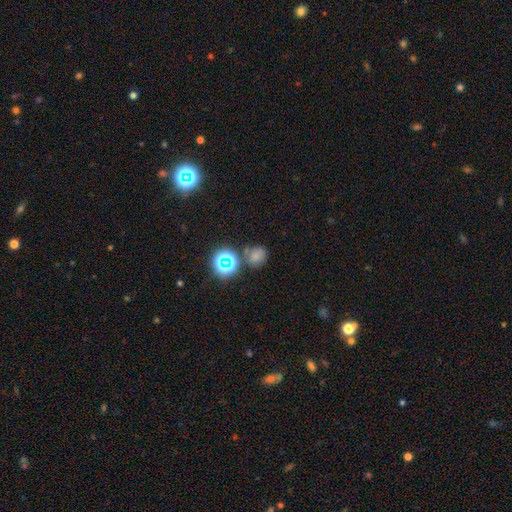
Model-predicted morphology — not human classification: Smooth or featured? smooth (65%)
How rounded? round (77%)
Merging? none (68%)